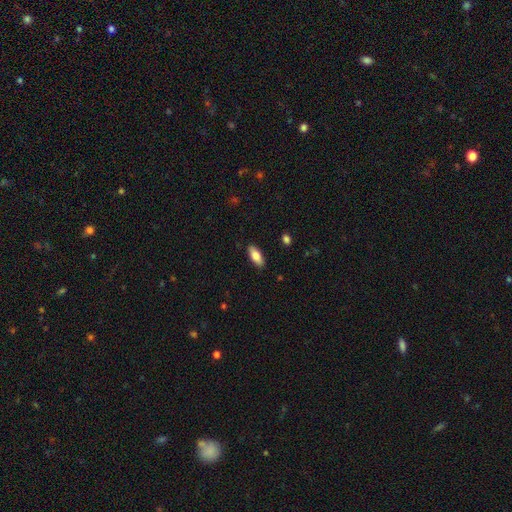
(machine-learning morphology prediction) This is clearly a smooth galaxy (81%). How rounded: likely in between (80%). Merging: clearly none (88%).